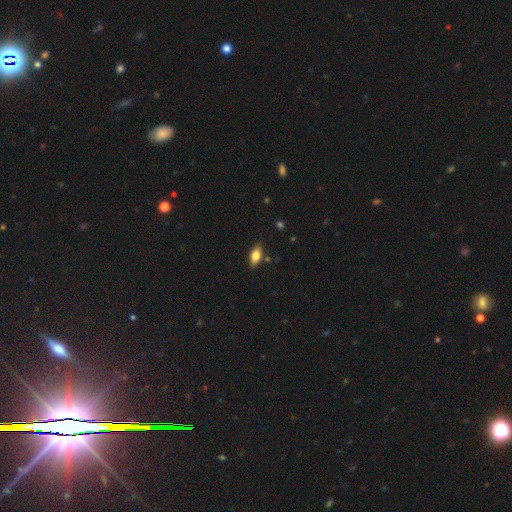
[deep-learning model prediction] smooth-or-featured: smooth: 74% | featured or disk: 19% | star or artifact: 8%
  how-rounded: in between: 86% | cigar-shaped: 10% | round: 4%
  merging: none: 82% | minor disturbance: 13% | major disturbance: 3% | merger: 2%